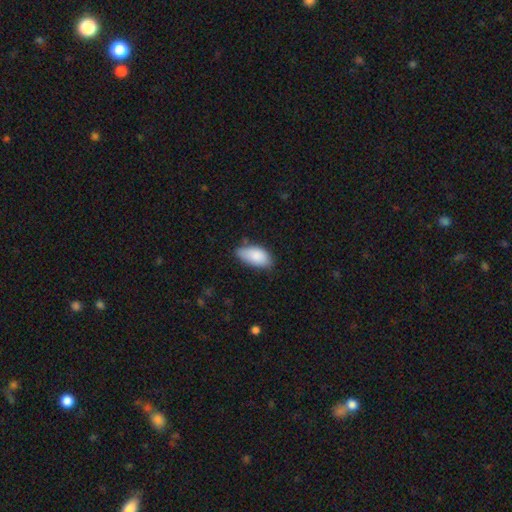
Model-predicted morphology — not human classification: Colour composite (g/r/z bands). It shows a smooth galaxy with no disk features (86%) that is in between round and cigar-shaped (93%). Merging: none (63%).